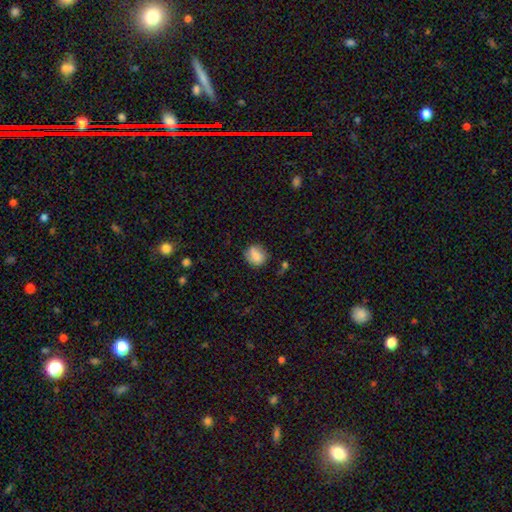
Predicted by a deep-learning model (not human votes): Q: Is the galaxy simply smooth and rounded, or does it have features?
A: smooth — 74%.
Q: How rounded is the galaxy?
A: round — 69%.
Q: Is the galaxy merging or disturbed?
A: none — 70%.